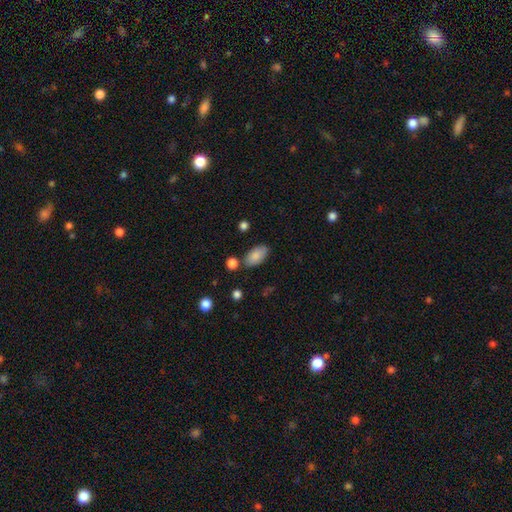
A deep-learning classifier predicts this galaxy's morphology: smooth-or-featured: smooth: 85% | featured or disk: 8% | star or artifact: 7%
  how-rounded: in between: 94% | round: 4% | cigar-shaped: 3%
  merging: none: 78% | minor disturbance: 13% | merger: 6% | major disturbance: 3%